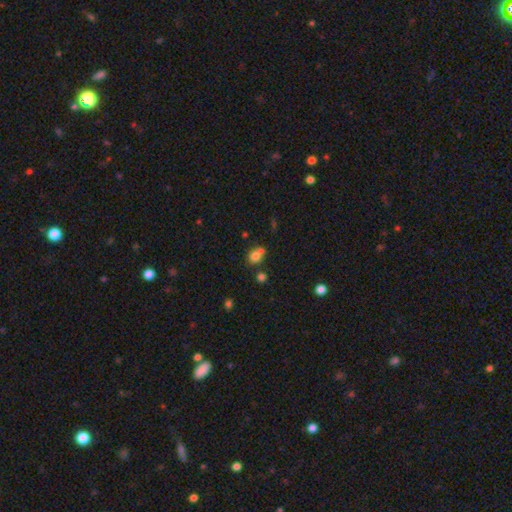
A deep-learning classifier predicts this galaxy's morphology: type=smooth (76%); roundness=round (74%); merging=none (48%).